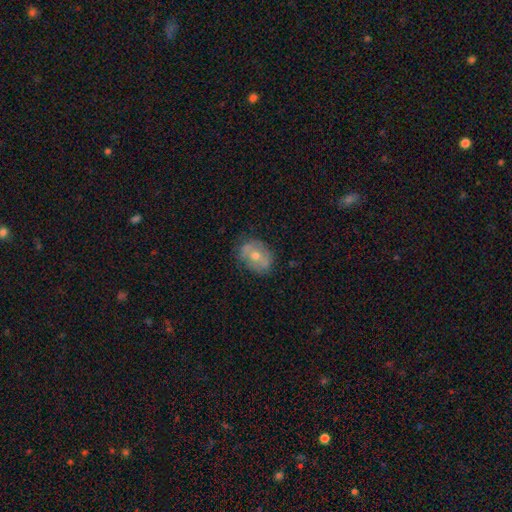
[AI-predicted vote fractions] Smooth or featured? Predicted: featured or disk (p=0.47). Merging? Predicted: none (p=0.71).